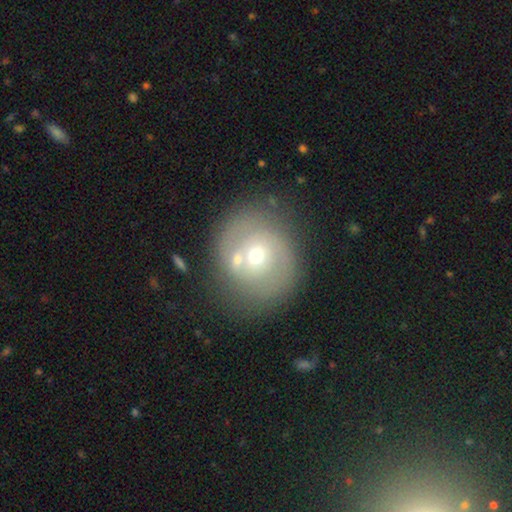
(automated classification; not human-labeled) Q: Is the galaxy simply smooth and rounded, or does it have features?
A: featured or disk — 59%.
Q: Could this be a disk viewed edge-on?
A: no — 97%.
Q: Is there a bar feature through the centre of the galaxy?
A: no — 75%.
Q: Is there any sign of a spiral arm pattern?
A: yes — 62%.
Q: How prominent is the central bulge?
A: moderate — 50%.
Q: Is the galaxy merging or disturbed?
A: none — 65%.